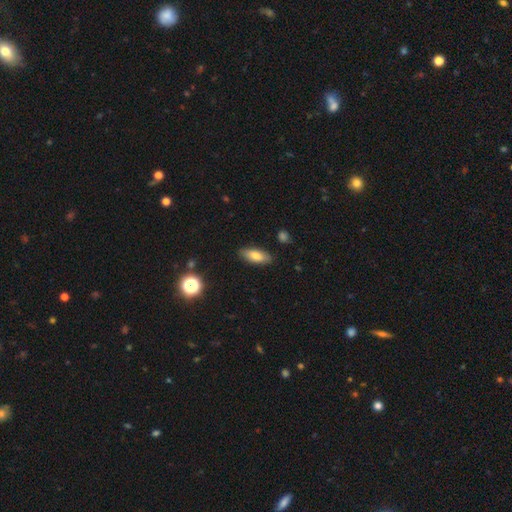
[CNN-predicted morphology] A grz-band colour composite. It shows a smooth galaxy with no disk features (75%) that is in between round and cigar-shaped (76%). Merging: none (86%).